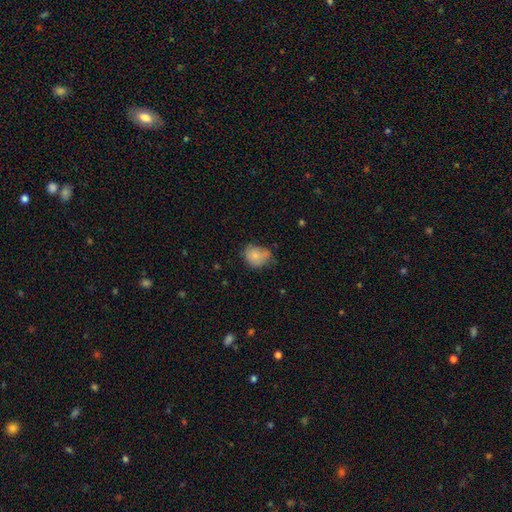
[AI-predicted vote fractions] smooth_or_featured: smooth (p=0.78) [alt: featured or disk p=0.12]
how_rounded: round (p=0.54) [alt: in between p=0.46]
merging: none (p=0.48) [alt: minor disturbance p=0.38]